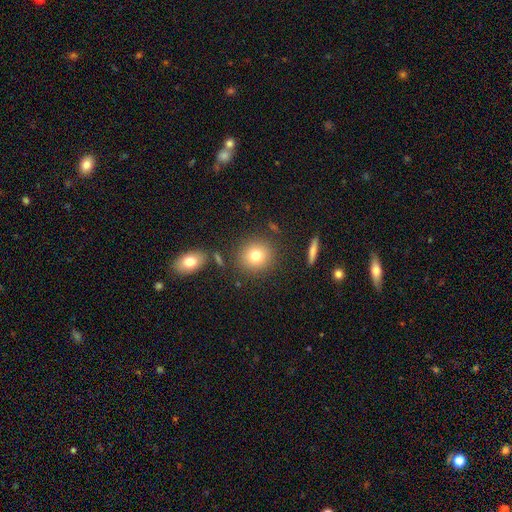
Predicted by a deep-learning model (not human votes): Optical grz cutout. It shows a smooth galaxy with no disk features (77%) that is round (86%). Merging: none (84%).